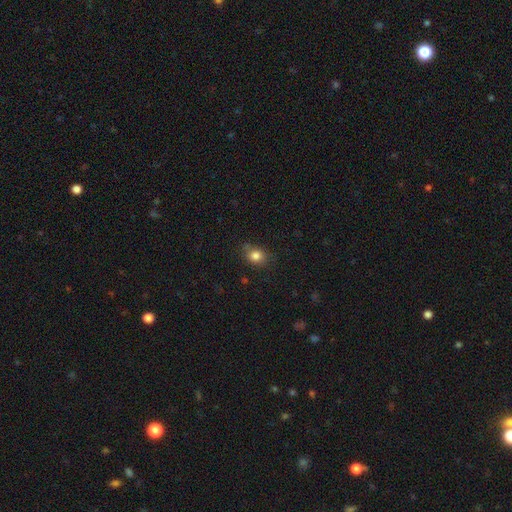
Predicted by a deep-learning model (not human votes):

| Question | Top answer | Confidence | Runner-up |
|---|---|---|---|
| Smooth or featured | smooth | 82% | star or artifact (11%) |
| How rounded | round | 55% | in between (44%) |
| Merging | none | 76% | minor disturbance (18%) |